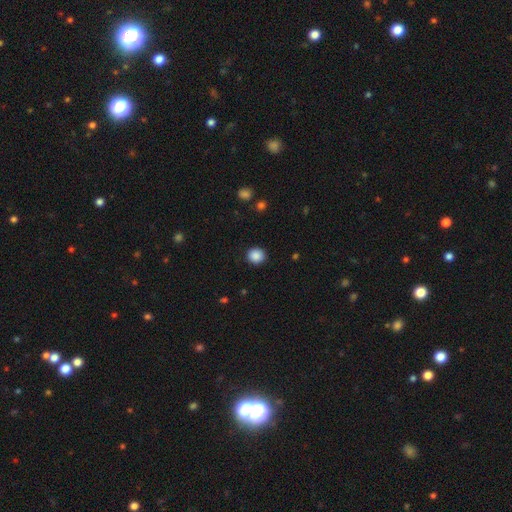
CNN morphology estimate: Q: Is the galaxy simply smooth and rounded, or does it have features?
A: smooth — 88%.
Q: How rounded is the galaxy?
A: round — 88%.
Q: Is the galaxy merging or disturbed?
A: none — 91%.